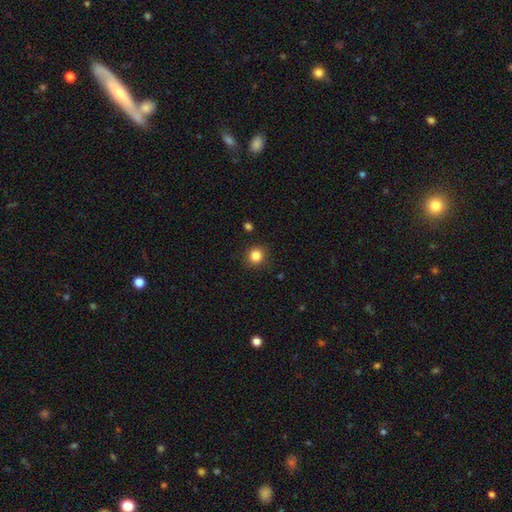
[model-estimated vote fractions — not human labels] This appears to be a smooth galaxy with no disk features (84%) that is round (90%). Merging: none (89%).